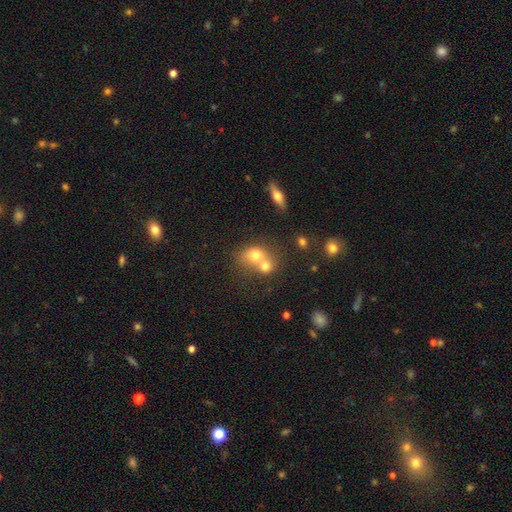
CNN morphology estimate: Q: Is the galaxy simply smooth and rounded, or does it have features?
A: smooth — 67%.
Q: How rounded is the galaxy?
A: round — 57%.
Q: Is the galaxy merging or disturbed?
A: merger — 64%.